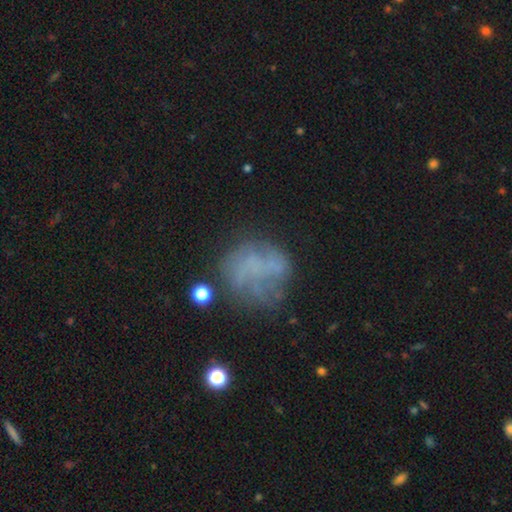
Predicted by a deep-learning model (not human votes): A featured or disk galaxy (48%).

Vote fractions:
- Smooth or featured? featured or disk: 48% / smooth: 35% / star or artifact: 16%
- Merging? none: 51% / major disturbance: 23% / minor disturbance: 21% / merger: 5%